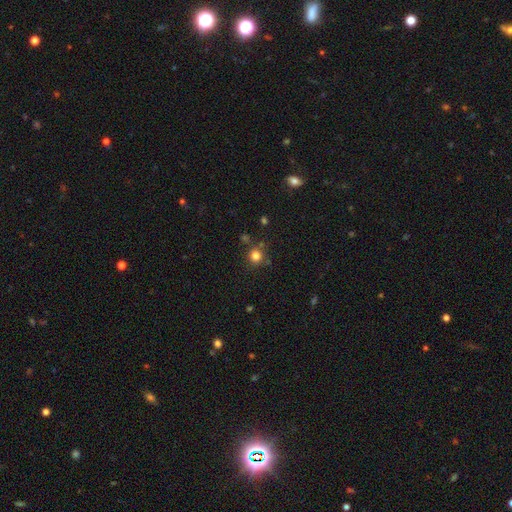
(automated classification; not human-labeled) A smooth galaxy with no disk features (80%) that is round (92%).

Vote fractions:
- Smooth or featured? smooth: 80% / star or artifact: 15% / featured or disk: 6%
- How rounded? round: 92% / in between: 7% / cigar-shaped: 1%
- Merging? none: 81% / minor disturbance: 9% / merger: 7% / major disturbance: 3%